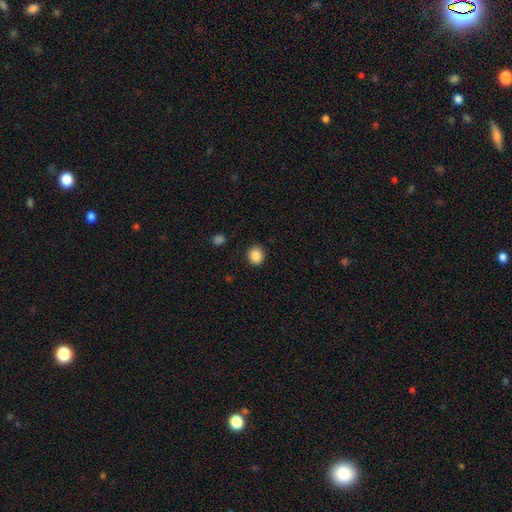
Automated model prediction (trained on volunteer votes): smooth 87%, star or artifact 9%, featured or disk 3%. Down the decision tree: how rounded — round (79%); merging — none (90%).